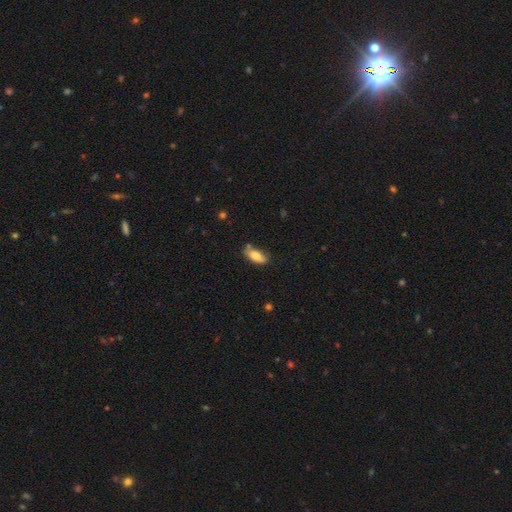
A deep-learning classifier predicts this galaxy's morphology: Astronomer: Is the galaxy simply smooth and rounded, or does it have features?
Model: smooth — 80%.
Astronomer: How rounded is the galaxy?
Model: in between — 81%.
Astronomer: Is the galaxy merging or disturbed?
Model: none — 68%.